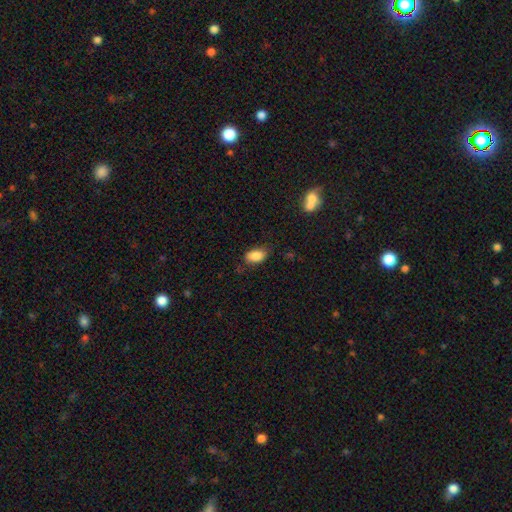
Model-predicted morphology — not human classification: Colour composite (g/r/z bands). It shows a smooth galaxy with no disk features (86%) that is in between round and cigar-shaped (90%). Merging: none (75%).